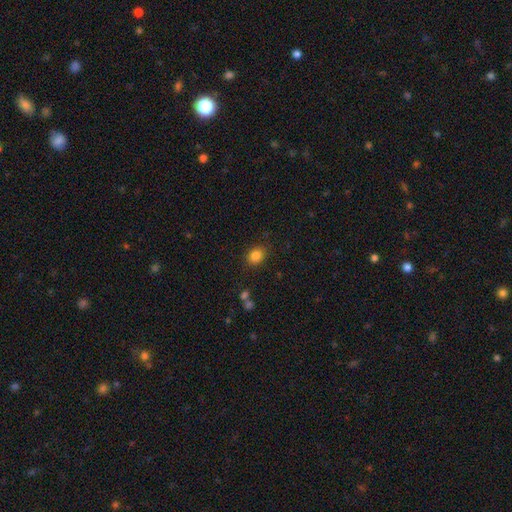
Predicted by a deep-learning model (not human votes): smooth 83%, star or artifact 11%, featured or disk 6%. Down the decision tree: how rounded — in between (53%); merging — none (86%).